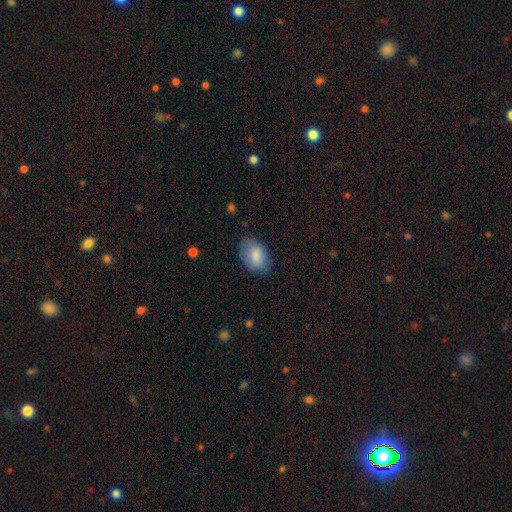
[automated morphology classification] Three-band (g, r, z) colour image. It shows a smooth galaxy with no disk features (84%) that is in between round and cigar-shaped (85%). Merging: none (76%).